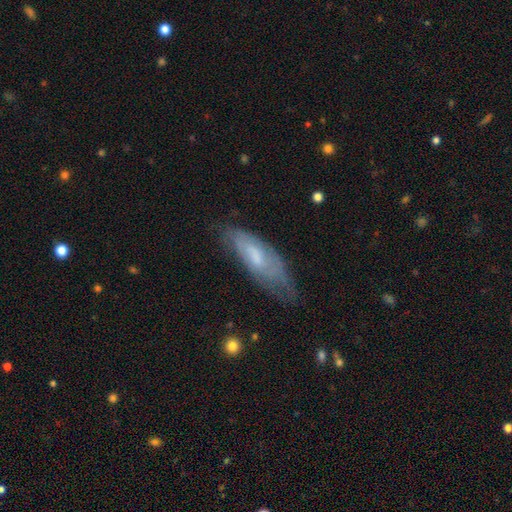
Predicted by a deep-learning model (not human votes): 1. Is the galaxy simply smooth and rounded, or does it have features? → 47% smooth, 45% featured or disk, 7% star or artifact.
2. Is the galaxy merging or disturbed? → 52% none, 33% minor disturbance, 13% major disturbance, 2% merger.